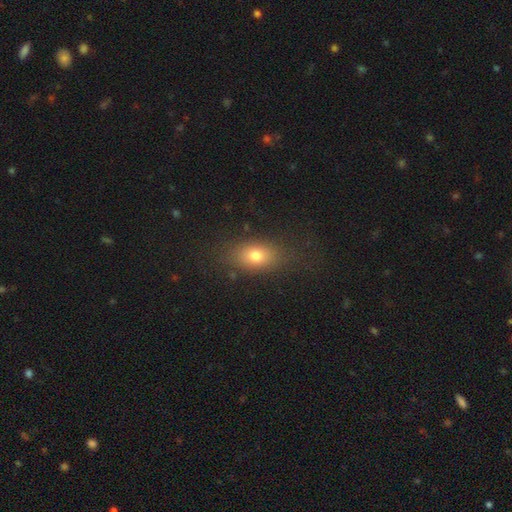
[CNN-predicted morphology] Smooth or featured? Predicted: smooth (p=0.75). How rounded? Predicted: in between (p=0.78). Merging? Predicted: none (p=0.79).